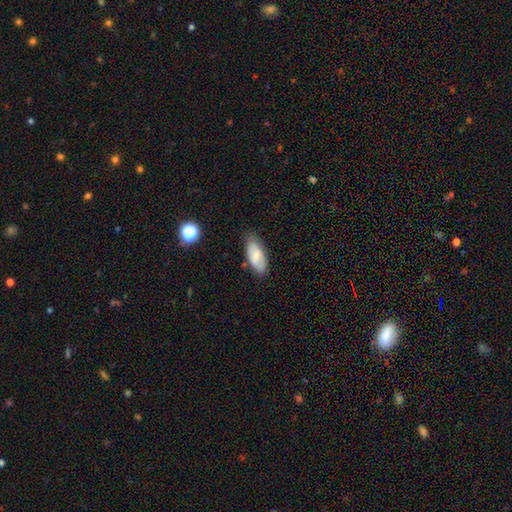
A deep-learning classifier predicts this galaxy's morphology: Smooth or featured: smooth — 64% (featured or disk — 29%)
How rounded: in between — 88% (cigar-shaped — 10%)
Merging: none — 72% (minor disturbance — 22%)